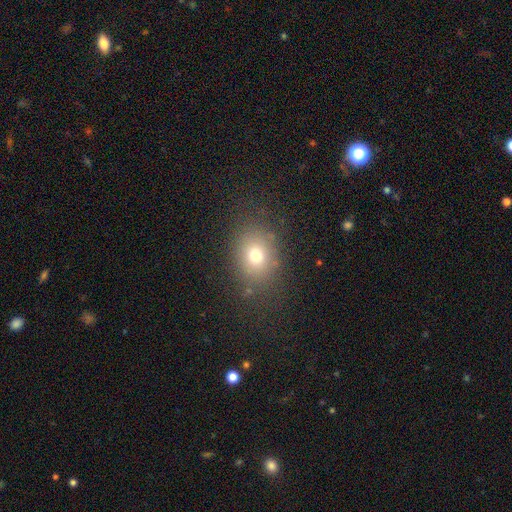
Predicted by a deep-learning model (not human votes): This is likely a smooth galaxy (72%). How rounded: possibly in between (50%). Merging: clearly none (80%).